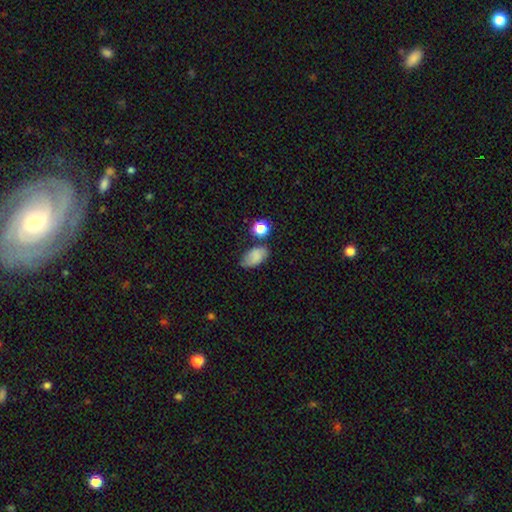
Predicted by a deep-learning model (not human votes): A smooth galaxy with no disk features (74%) that is in between round and cigar-shaped (90%). Merging: none (64%).